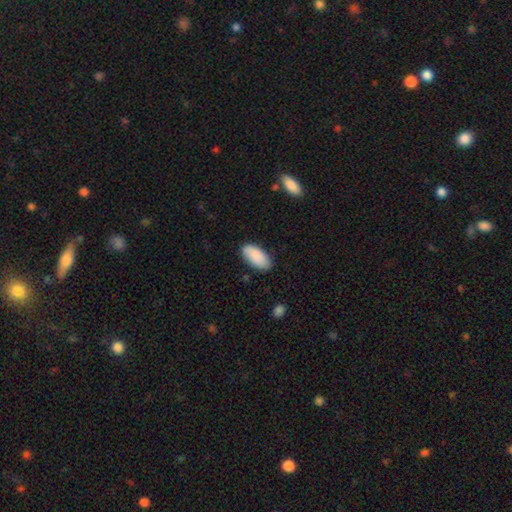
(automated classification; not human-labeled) A smooth galaxy with no disk features (88%) that is in between round and cigar-shaped (94%). Merging: none (84%).